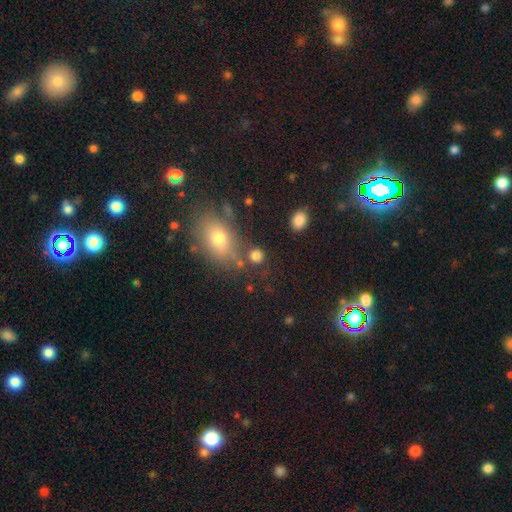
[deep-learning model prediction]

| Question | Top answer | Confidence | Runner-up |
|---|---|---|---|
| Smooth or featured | smooth | 80% | star or artifact (13%) |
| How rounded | round | 81% | in between (17%) |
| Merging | none | 72% | merger (12%) |